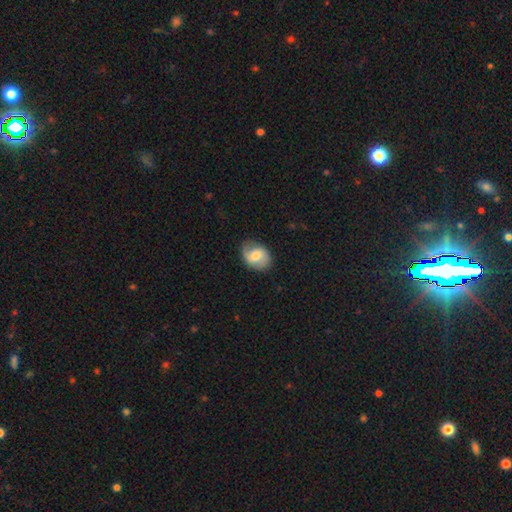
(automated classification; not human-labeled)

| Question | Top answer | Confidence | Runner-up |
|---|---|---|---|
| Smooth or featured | smooth | 49% | featured or disk (44%) |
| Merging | none | 72% | minor disturbance (21%) |